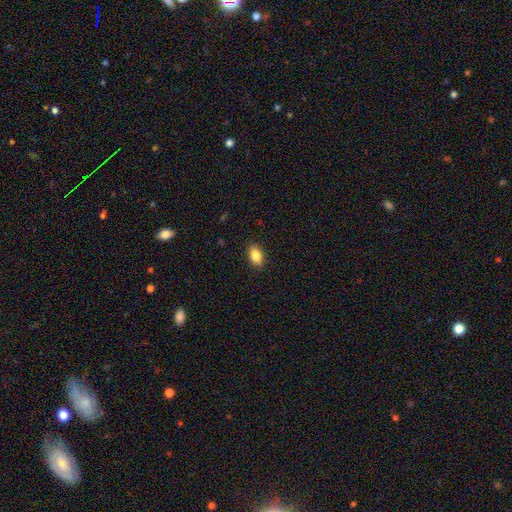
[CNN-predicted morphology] Smooth or featured? Predicted: smooth (p=0.86). How rounded? Predicted: in between (p=0.88). Merging? Predicted: none (p=0.89).